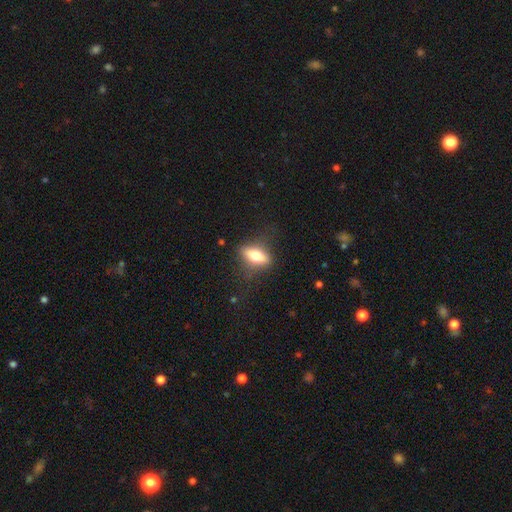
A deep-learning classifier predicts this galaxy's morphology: A smooth galaxy with no disk features (64%) that is in between round and cigar-shaped (67%). Merging: none (75%).